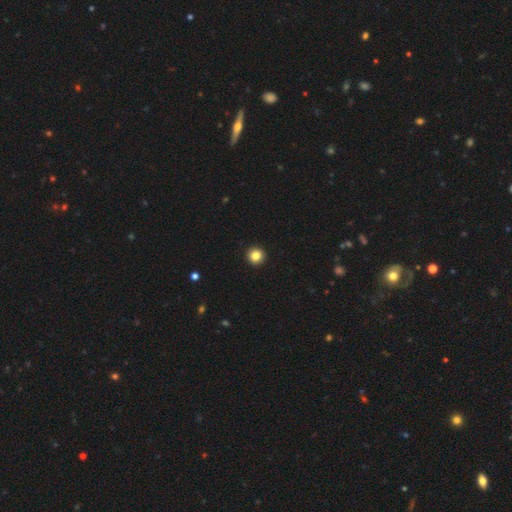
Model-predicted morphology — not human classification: A smooth galaxy with no disk features (85%) that is round (96%).

Vote fractions:
- Smooth or featured? smooth: 85% / star or artifact: 10% / featured or disk: 5%
- How rounded? round: 96% / in between: 3% / cigar-shaped: 1%
- Merging? none: 94% / minor disturbance: 3% / major disturbance: 1% / merger: 1%